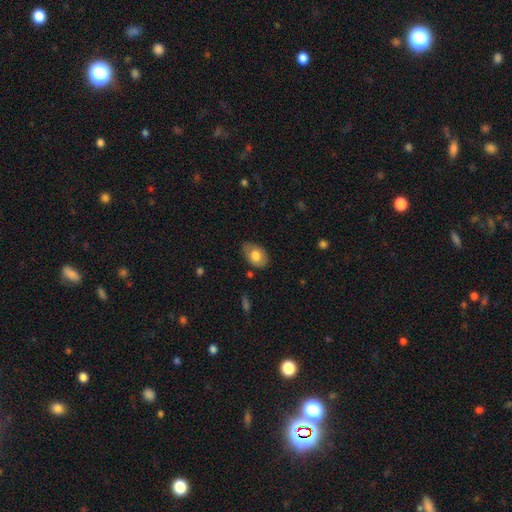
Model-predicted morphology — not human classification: The model was most divided on "smooth or featured": smooth: 74%, featured or disk: 19%, star or artifact: 7%. More confident: how rounded — in between (83%); merging — none (76%).